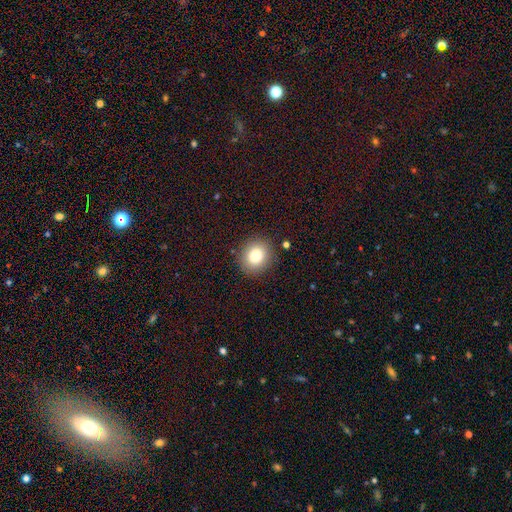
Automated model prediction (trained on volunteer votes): Smooth or featured? Predicted: smooth (p=0.81). How rounded? Predicted: round (p=0.80). Merging? Predicted: none (p=0.88).